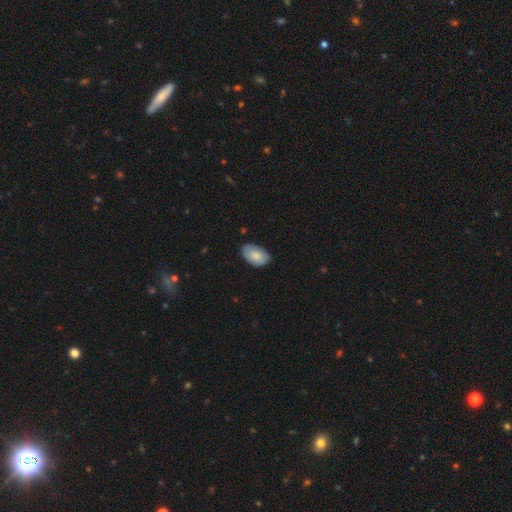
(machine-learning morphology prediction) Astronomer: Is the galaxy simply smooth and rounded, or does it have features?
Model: smooth — 79%.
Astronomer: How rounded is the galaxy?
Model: in between — 92%.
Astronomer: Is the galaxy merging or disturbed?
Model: none — 76%.